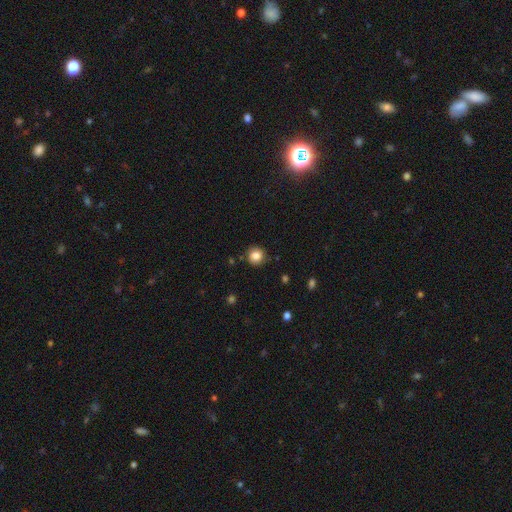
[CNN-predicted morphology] Smooth or featured? Predicted: smooth (p=0.84). How rounded? Predicted: round (p=0.92). Merging? Predicted: none (p=0.86).